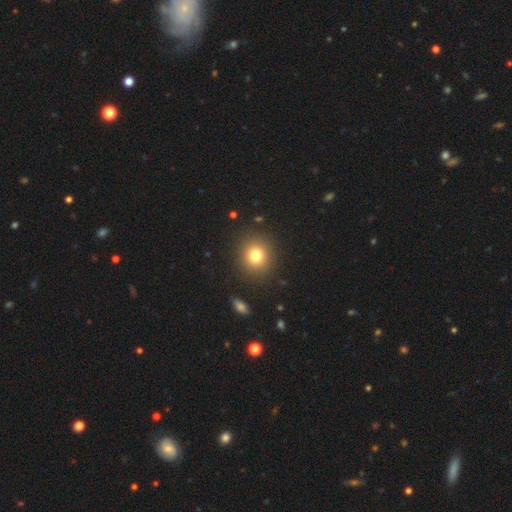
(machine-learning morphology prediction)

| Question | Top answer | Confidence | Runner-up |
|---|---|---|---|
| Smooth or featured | smooth | 78% | star or artifact (13%) |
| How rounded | round | 86% | in between (13%) |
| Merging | none | 89% | minor disturbance (7%) |